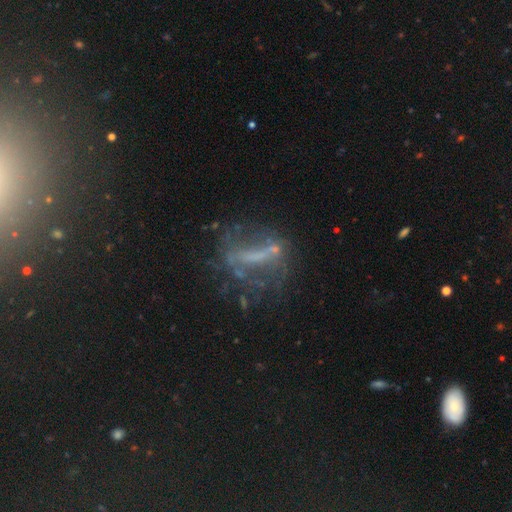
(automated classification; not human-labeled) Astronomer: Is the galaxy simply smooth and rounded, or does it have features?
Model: featured or disk — 60%.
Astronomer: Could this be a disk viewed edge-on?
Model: no — 84%.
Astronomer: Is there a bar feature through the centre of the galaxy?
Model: strong — 42% (runner-up: no, 35%).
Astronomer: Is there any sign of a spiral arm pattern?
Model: no — 71%.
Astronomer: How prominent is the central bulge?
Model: none — 61%.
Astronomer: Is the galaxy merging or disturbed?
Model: none — 47% (runner-up: major disturbance, 27%).